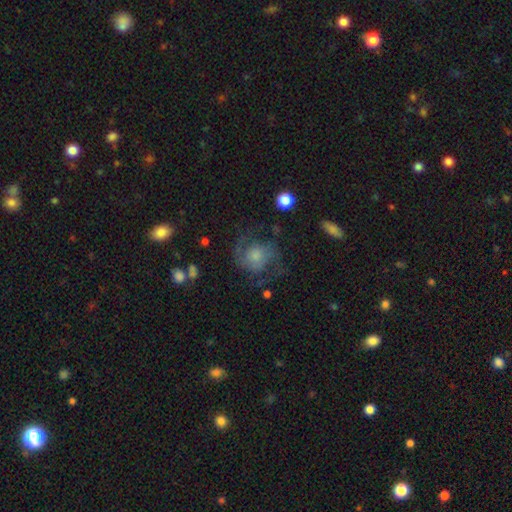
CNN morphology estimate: smooth-or-featured: featured or disk: 75% | smooth: 16% | star or artifact: 10%
  disk-edge-on: no: 98% | yes: 2%
    bar: no: 70% | weak: 26% | strong: 5%
    has-spiral-arms: yes: 93% | no: 7%
      spiral-winding: medium: 52% | tight: 26% | loose: 22%
      spiral-arm-count: 2: 81% | can't tell: 8% | 3: 5% | 1: 3% | 4: 2% | more than 4: 2%
    bulge-size: moderate: 38% | small: 35% | large: 14% | none: 10% | dominant: 3%
  merging: none: 70% | minor disturbance: 16% | major disturbance: 12% | merger: 2%